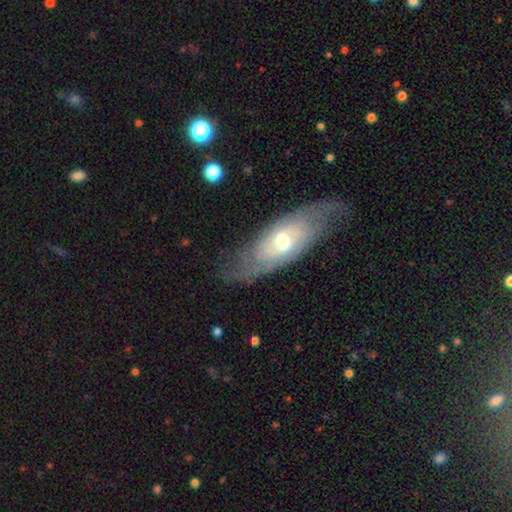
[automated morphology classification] A featured or disk galaxy (72%) with no bar (69%), spiral arms (82%) and a moderate central bulge (63%).

Vote fractions:
- Smooth or featured? featured or disk: 72% / smooth: 20% / star or artifact: 8%
- Edge-on disk? no: 80% / yes: 20%
- Bar? no: 69% / weak: 24% / strong: 7%
- Spiral arms? yes: 82% / no: 18%
- Bulge size? moderate: 63% / small: 30% / large: 5% / dominant: 1% / none: 1%
- Merging? none: 76% / minor disturbance: 16% / major disturbance: 6% / merger: 1%